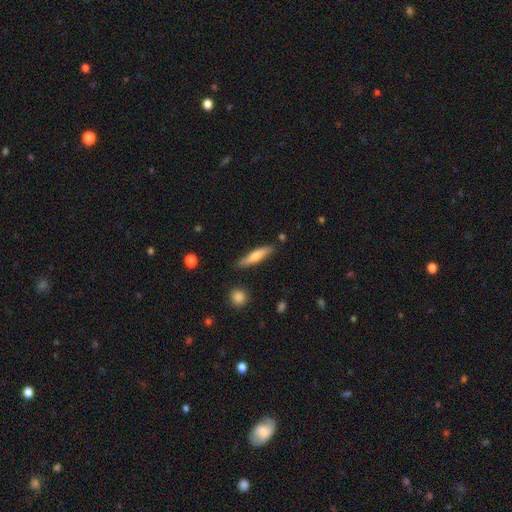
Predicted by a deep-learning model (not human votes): Smooth or featured?
  - smooth: 63% *
  - featured or disk: 31%
  - star or artifact: 6%
How rounded?
  - cigar-shaped: 80% *
  - in between: 19%
  - round: 2%
Merging?
  - none: 83% *
  - minor disturbance: 12%
  - merger: 3%
  - major disturbance: 2%